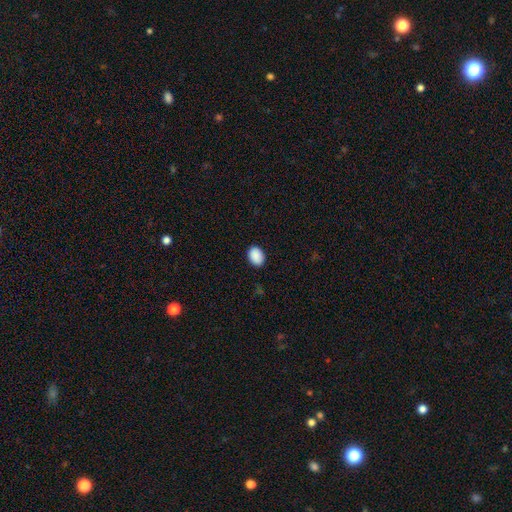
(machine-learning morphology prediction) Q: Smooth or featured?
A: smooth (91%); runner-up: star or artifact (7%)
Q: How rounded?
A: in between (73%); runner-up: round (26%)
Q: Merging?
A: none (89%); runner-up: minor disturbance (8%)